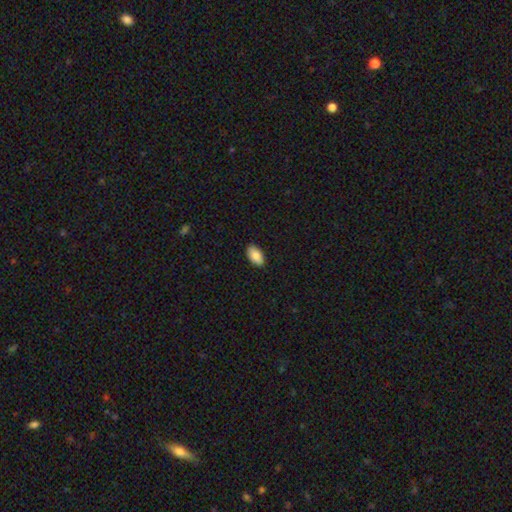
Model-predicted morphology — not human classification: type=smooth (88%); roundness=in between (95%); merging=none (89%).